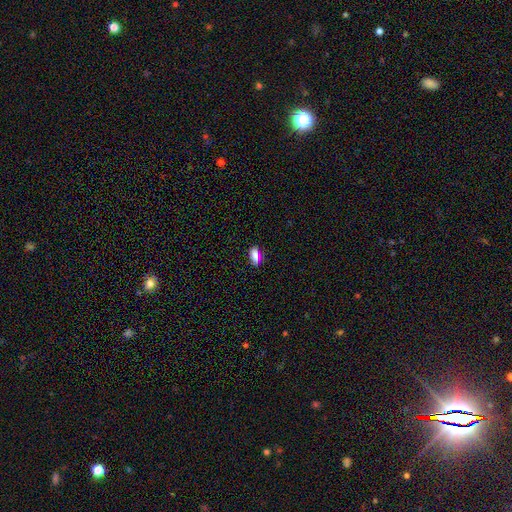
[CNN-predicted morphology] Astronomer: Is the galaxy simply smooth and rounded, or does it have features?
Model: smooth — 75%.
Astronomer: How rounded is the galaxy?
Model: in between — 70%.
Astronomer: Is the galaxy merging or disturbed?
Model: none — 82%.